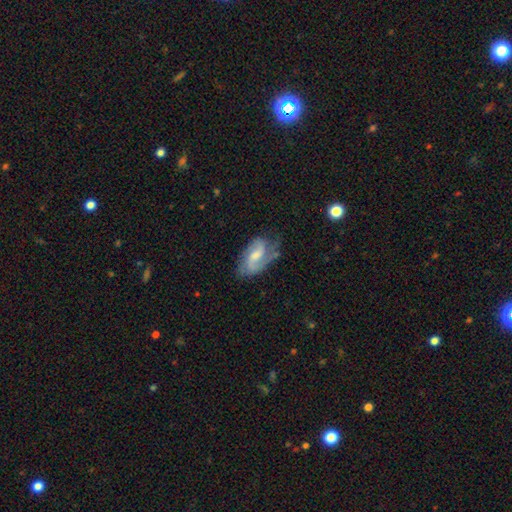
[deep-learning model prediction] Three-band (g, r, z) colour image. It shows a featured or disk galaxy (75%) with a weak bar (53%), 2 (76%) medium (48%) spiral arms (93%) and a moderate central bulge (45%). Merging: none (59%).